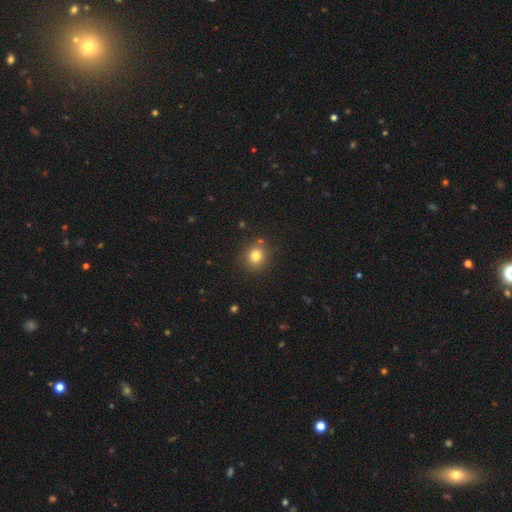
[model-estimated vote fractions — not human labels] Overall: smooth (80%). How rounded: round (87%). Merging: none (84%).